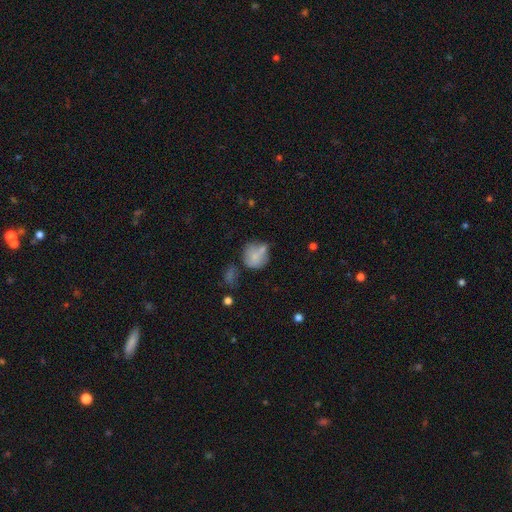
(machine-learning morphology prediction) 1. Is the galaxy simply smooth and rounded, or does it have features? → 69% smooth, 22% featured or disk, 9% star or artifact.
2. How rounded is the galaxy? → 71% round, 28% in between, 1% cigar-shaped.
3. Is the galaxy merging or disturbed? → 37% none, 26% merger, 23% minor disturbance, 14% major disturbance.